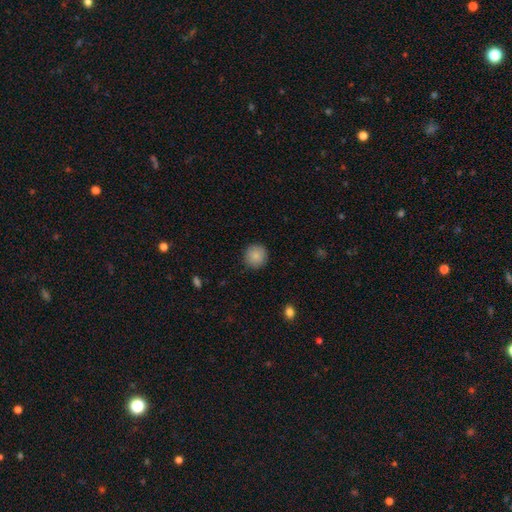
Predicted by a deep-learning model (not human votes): A smooth galaxy with no disk features (86%) that is round (93%). Merging: none (90%).